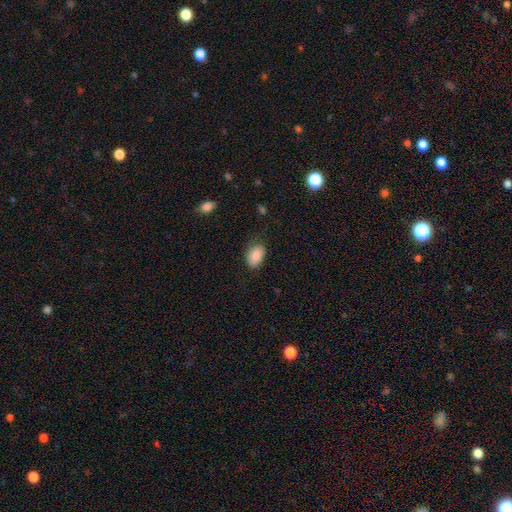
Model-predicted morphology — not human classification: Q: Smooth or featured?
A: smooth (85%); runner-up: featured or disk (8%)
Q: How rounded?
A: in between (89%); runner-up: round (10%)
Q: Merging?
A: none (74%); runner-up: minor disturbance (20%)